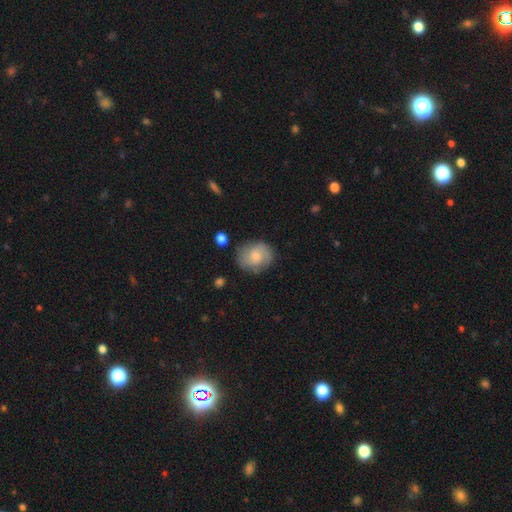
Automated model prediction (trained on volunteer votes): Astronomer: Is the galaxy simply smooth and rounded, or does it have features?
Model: smooth — 55% (runner-up: featured or disk, 38%).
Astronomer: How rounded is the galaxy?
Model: round — 63%.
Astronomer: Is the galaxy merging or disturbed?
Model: none — 72%.